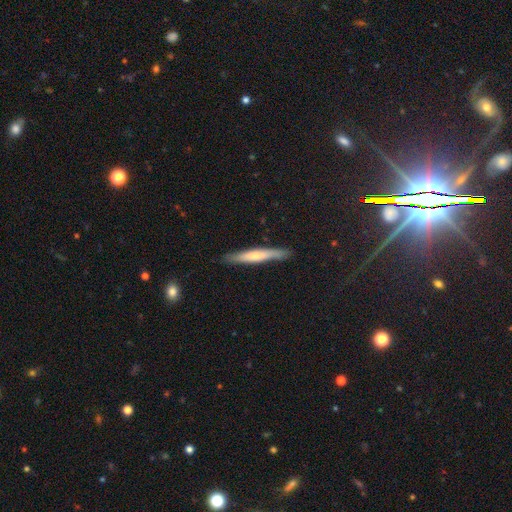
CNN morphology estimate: smooth-or-featured: smooth: 56% | featured or disk: 39% | star or artifact: 5%
  how-rounded: cigar-shaped: 94% | in between: 5% | round: 1%
  merging: none: 85% | minor disturbance: 11% | major disturbance: 2% | merger: 1%